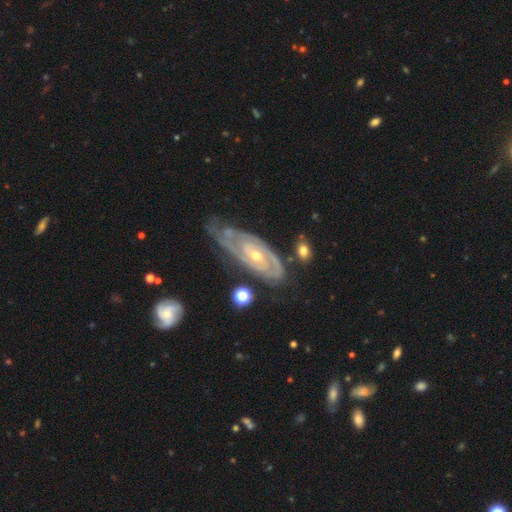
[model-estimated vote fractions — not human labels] Q: Smooth or featured?
A: featured or disk (88%); runner-up: smooth (7%)
Q: Edge-on disk?
A: no (92%); runner-up: yes (8%)
Q: Bar?
A: no (67%); runner-up: weak (25%)
Q: Spiral arms?
A: yes (94%); runner-up: no (6%)
Q: Spiral winding?
A: tight (74%); runner-up: medium (21%)
Q: Spiral arm count?
A: 2 (45%); runner-up: can't tell (32%)
Q: Bulge size?
A: small (54%); runner-up: moderate (43%)
Q: Merging?
A: none (52%); runner-up: minor disturbance (29%)